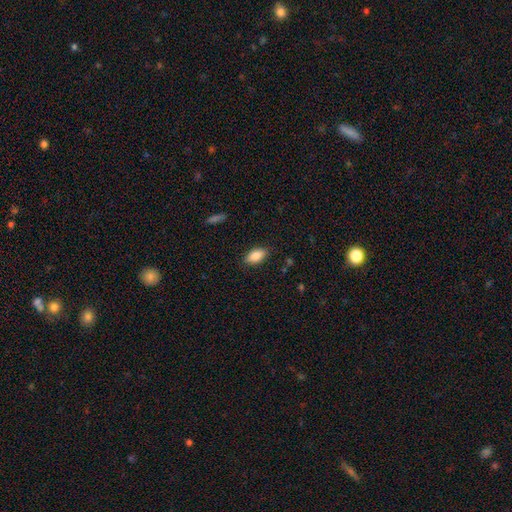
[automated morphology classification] smooth 85%, featured or disk 7%, star or artifact 7%. Down the decision tree: how rounded — in between (91%); merging — none (85%).